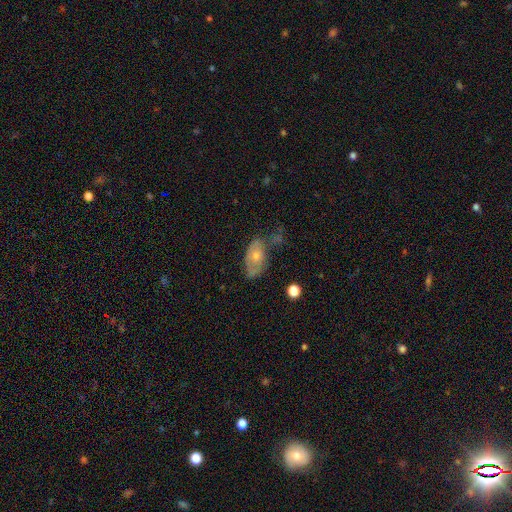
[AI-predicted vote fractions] The model was most divided on "smooth or featured": featured or disk: 51%, smooth: 39%, star or artifact: 10%. More confident: edge-on disk — no (89%); merging — none (50%).